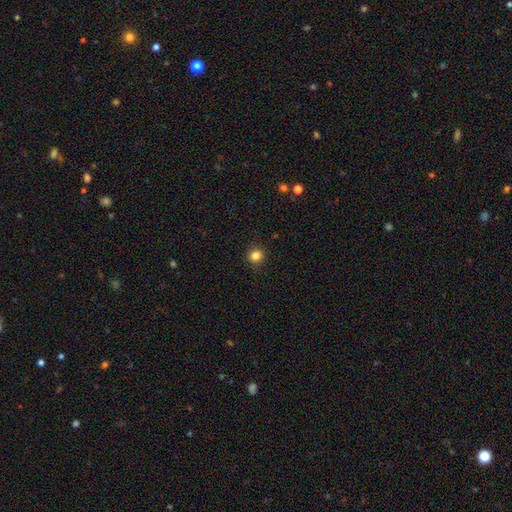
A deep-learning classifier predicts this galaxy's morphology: smooth-or-featured: smooth: 83% | star or artifact: 12% | featured or disk: 4%
  how-rounded: round: 93% | in between: 7% | cigar-shaped: 1%
  merging: none: 92% | minor disturbance: 5% | major disturbance: 2% | merger: 1%